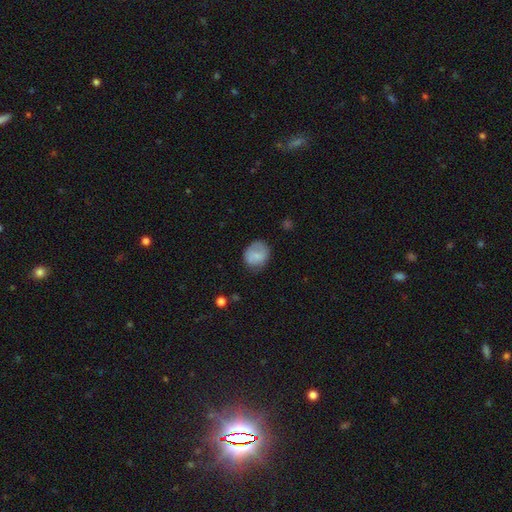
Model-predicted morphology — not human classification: Q: Smooth or featured?
A: smooth (74%); runner-up: featured or disk (18%)
Q: How rounded?
A: round (68%); runner-up: in between (31%)
Q: Merging?
A: none (69%); runner-up: minor disturbance (22%)